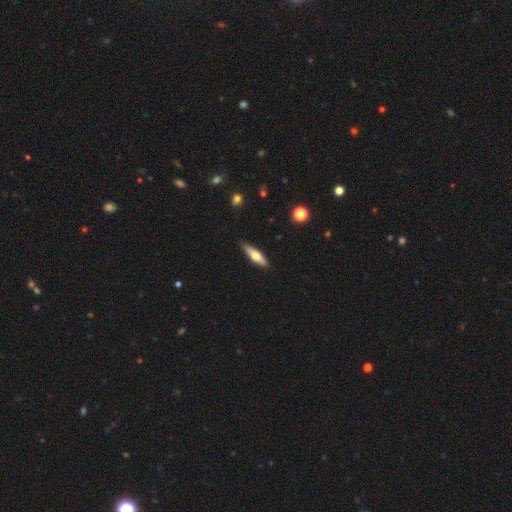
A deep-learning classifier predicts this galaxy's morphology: type=smooth (57%); roundness=cigar-shaped (67%); merging=none (87%).